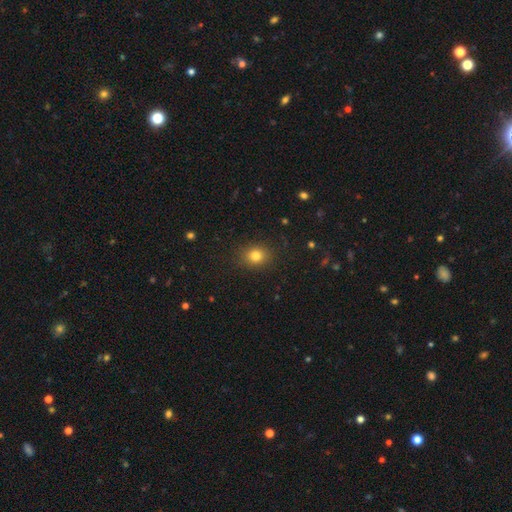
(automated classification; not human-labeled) Smooth or featured?
  - smooth: 81% *
  - star or artifact: 13%
  - featured or disk: 6%
How rounded?
  - round: 65% *
  - in between: 34%
  - cigar-shaped: 1%
Merging?
  - none: 87% *
  - minor disturbance: 9%
  - major disturbance: 3%
  - merger: 1%